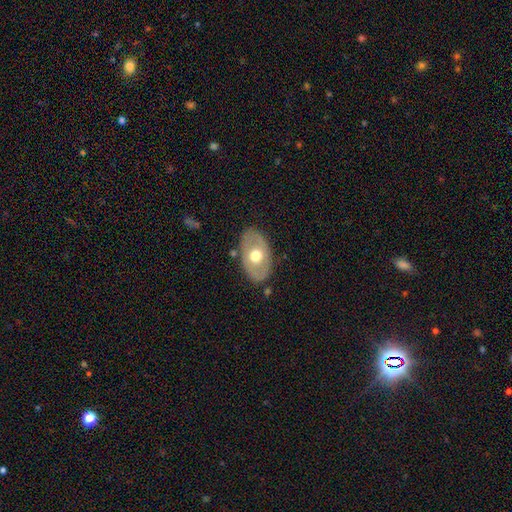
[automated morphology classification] Overall: smooth (48%; featured or disk 47%). Merging: none (82%).